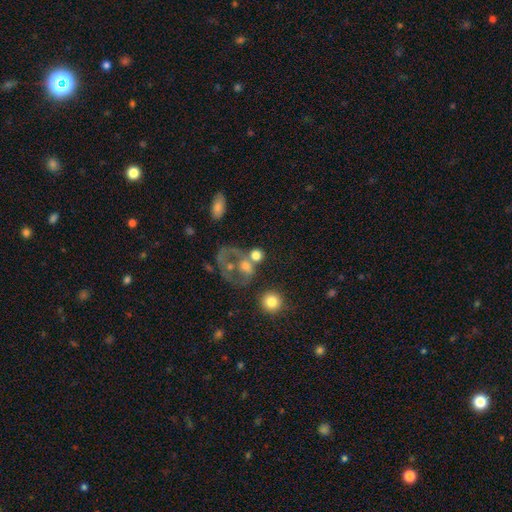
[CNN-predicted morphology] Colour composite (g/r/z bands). It shows a smooth galaxy with no disk features (59%) that is round (68%). Merging: merger (35%).